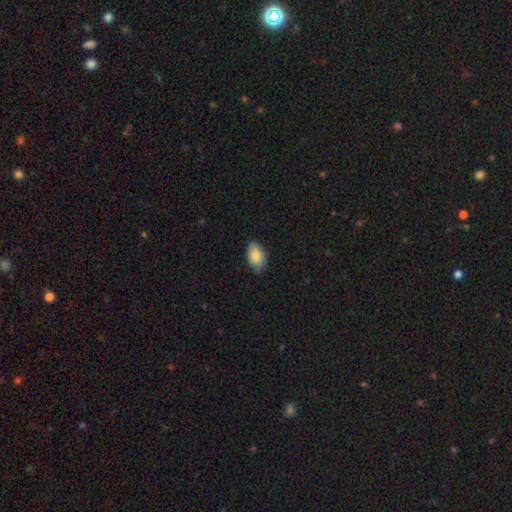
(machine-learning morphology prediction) A smooth galaxy with no disk features (87%) that is in between round and cigar-shaped (93%).

Vote fractions:
- Smooth or featured? smooth: 87% / featured or disk: 7% / star or artifact: 6%
- How rounded? in between: 93% / round: 6% / cigar-shaped: 1%
- Merging? none: 79% / minor disturbance: 18% / major disturbance: 3% / merger: 1%